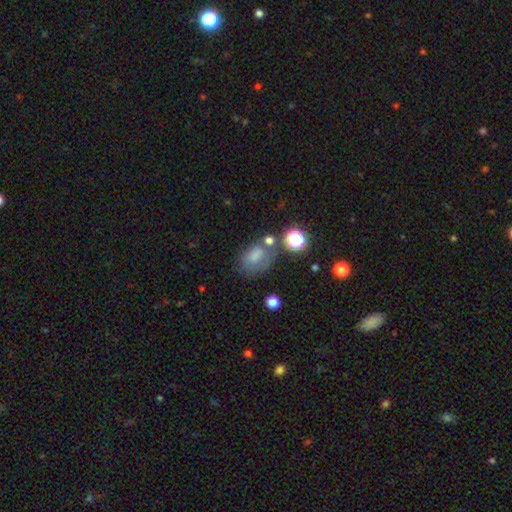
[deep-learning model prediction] Smooth or featured?
  - smooth: 65% *
  - star or artifact: 18%
  - featured or disk: 18%
How rounded?
  - in between: 71% *
  - round: 27%
  - cigar-shaped: 2%
Merging?
  - none: 46% *
  - minor disturbance: 24%
  - major disturbance: 16%
  - merger: 15%